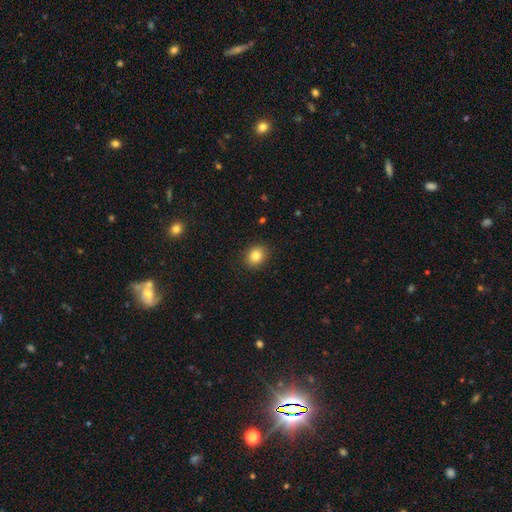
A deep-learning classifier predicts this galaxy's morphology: A smooth galaxy with no disk features (83%) that is round (58%). Merging: none (88%).